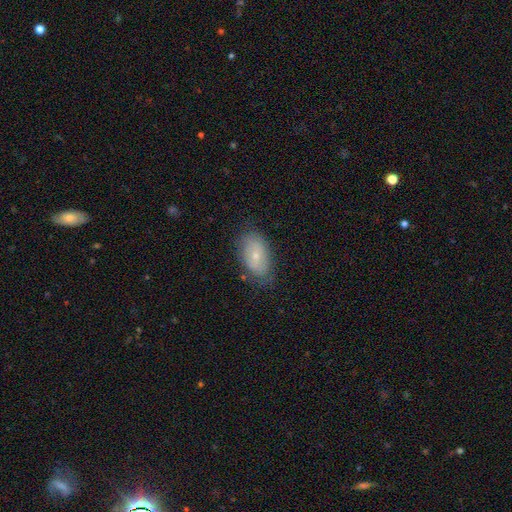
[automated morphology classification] A smooth galaxy with no disk features (59%) that is in between round and cigar-shaped (92%).

Vote fractions:
- Smooth or featured? smooth: 59% / featured or disk: 33% / star or artifact: 8%
- How rounded? in between: 92% / round: 6% / cigar-shaped: 2%
- Merging? none: 74% / minor disturbance: 20% / major disturbance: 5% / merger: 1%